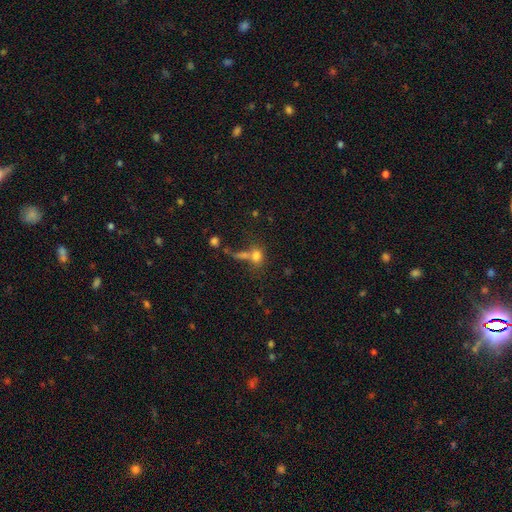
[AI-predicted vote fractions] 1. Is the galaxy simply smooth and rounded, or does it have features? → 48% smooth, 34% star or artifact, 18% featured or disk.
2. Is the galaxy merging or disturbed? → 44% none, 33% merger, 12% major disturbance, 11% minor disturbance.